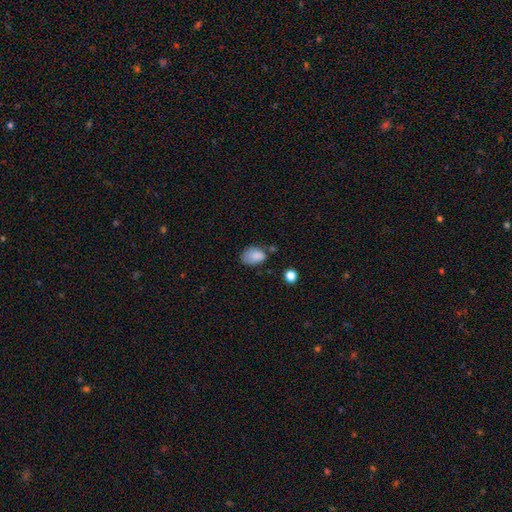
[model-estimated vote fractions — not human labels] Smooth or featured? smooth (83%)
How rounded? in between (77%)
Merging? none (50%)